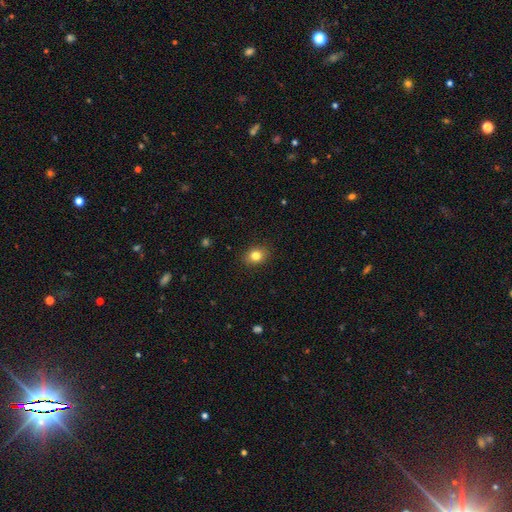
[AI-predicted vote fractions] Overall: smooth (81%). How rounded: in between (54%; round 45%). Merging: none (89%).